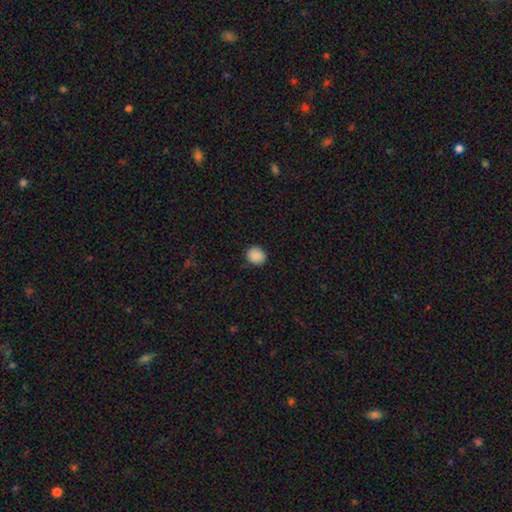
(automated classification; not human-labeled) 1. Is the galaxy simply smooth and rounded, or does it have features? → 89% smooth, 8% star or artifact, 3% featured or disk.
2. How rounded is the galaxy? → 75% round, 24% in between, 1% cigar-shaped.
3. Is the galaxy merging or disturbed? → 87% none, 9% minor disturbance, 2% major disturbance, 1% merger.